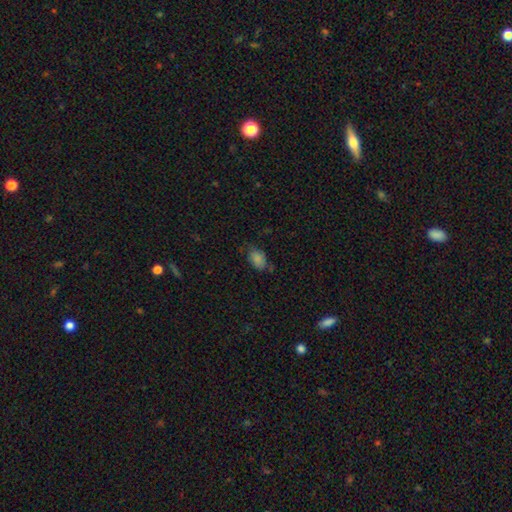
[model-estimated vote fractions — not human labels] Smooth or featured? smooth (65%)
How rounded? in between (81%)
Merging? none (69%)